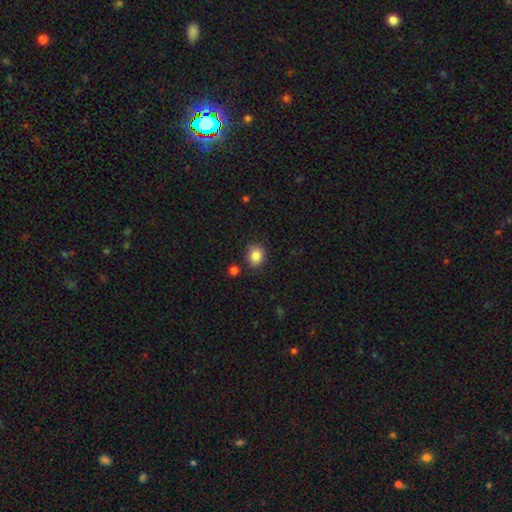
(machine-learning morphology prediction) Smooth or featured? Predicted: smooth (p=0.85). How rounded? Predicted: round (p=0.70). Merging? Predicted: none (p=0.83).